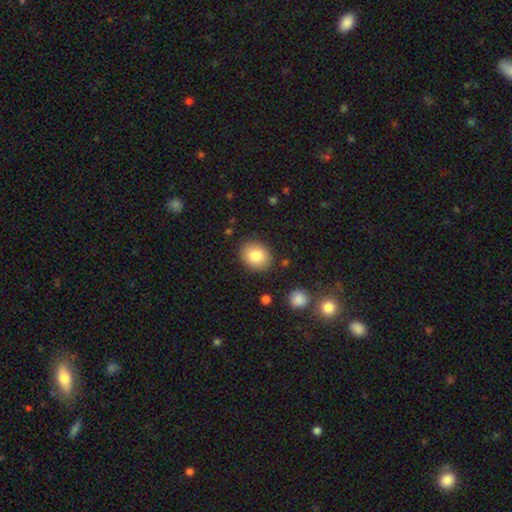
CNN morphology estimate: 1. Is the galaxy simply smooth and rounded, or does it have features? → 83% smooth, 10% featured or disk, 8% star or artifact.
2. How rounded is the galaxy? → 51% round, 48% in between, 1% cigar-shaped.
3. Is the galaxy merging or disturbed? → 86% none, 9% minor disturbance, 3% major disturbance, 2% merger.